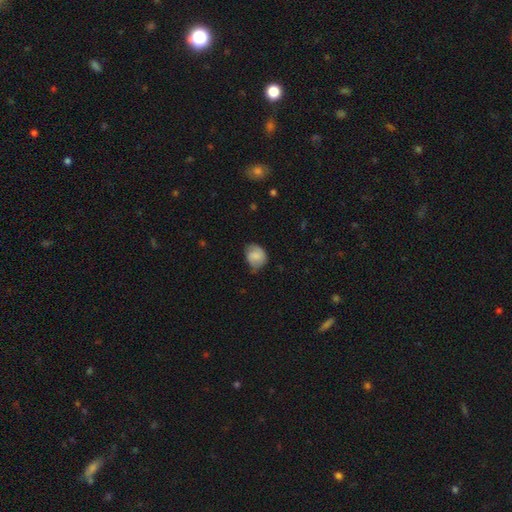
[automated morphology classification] Smooth or featured?
  - smooth: 74% *
  - featured or disk: 18%
  - star or artifact: 8%
How rounded?
  - round: 56% *
  - in between: 43%
  - cigar-shaped: 1%
Merging?
  - none: 50% *
  - minor disturbance: 39%
  - major disturbance: 9%
  - merger: 2%